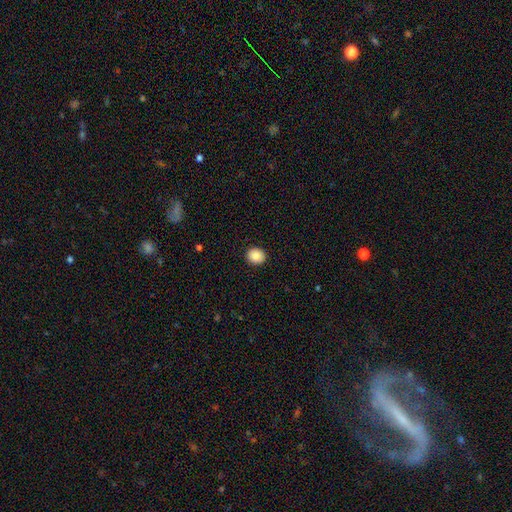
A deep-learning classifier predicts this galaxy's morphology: Q: Smooth or featured?
A: smooth (87%); runner-up: star or artifact (8%)
Q: How rounded?
A: round (81%); runner-up: in between (18%)
Q: Merging?
A: none (92%); runner-up: minor disturbance (5%)